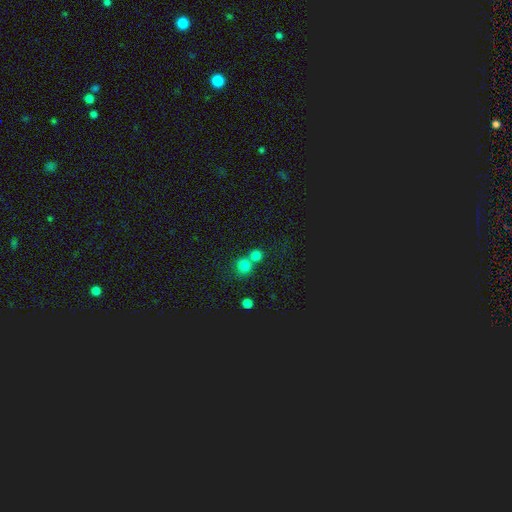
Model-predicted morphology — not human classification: smooth_or_featured: smooth (p=0.78) [alt: star or artifact p=0.15]
how_rounded: round (p=0.87) [alt: in between p=0.12]
merging: none (p=0.49) [alt: merger p=0.43]